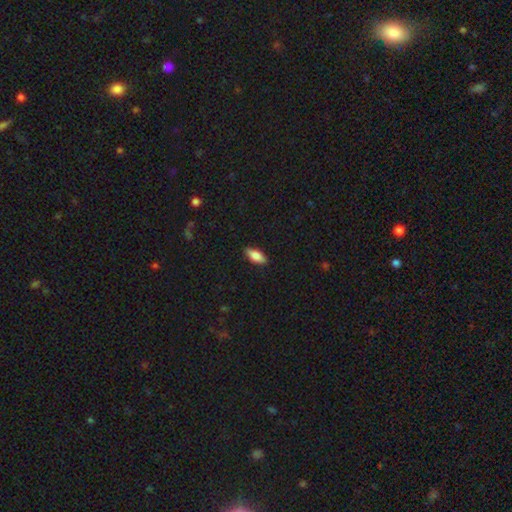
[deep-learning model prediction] Morphology: type=smooth (80%); roundness=in between (82%); merging=none (87%).